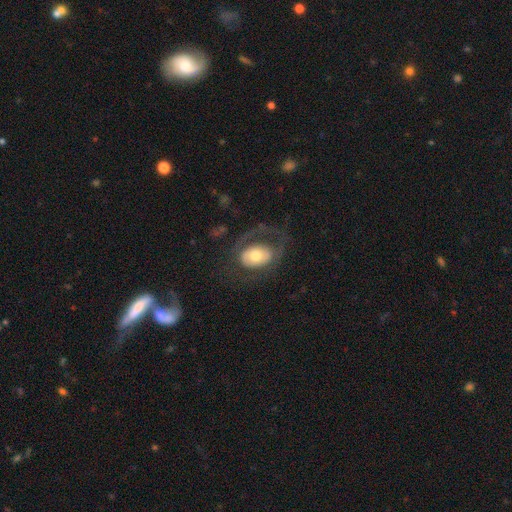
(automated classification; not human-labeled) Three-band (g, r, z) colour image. It shows a featured or disk galaxy (48%). Merging: none (47%).